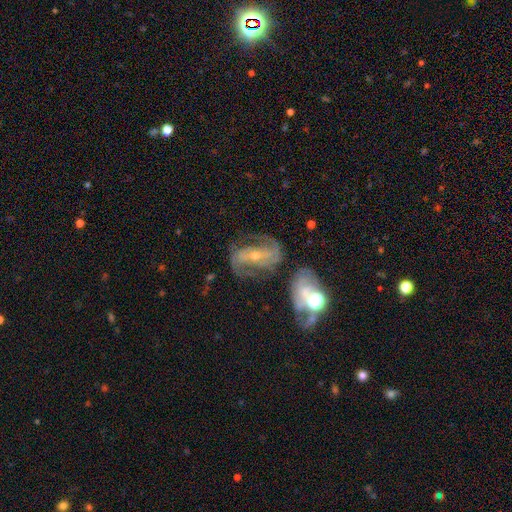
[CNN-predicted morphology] smooth_or_featured: featured or disk (p=0.85) [alt: star or artifact p=0.08]
disk_edge_on: no (p=0.96) [alt: yes p=0.04]
bar: strong (p=0.49) [alt: weak p=0.29]
has_spiral_arms: yes (p=0.94) [alt: no p=0.06]
spiral_winding: medium (p=0.49) [alt: tight p=0.29]
spiral_arm_count: 2 (p=0.79) [alt: can't tell p=0.08]
bulge_size: small (p=0.59) [alt: moderate p=0.37]
merging: none (p=0.60) [alt: minor disturbance p=0.18]